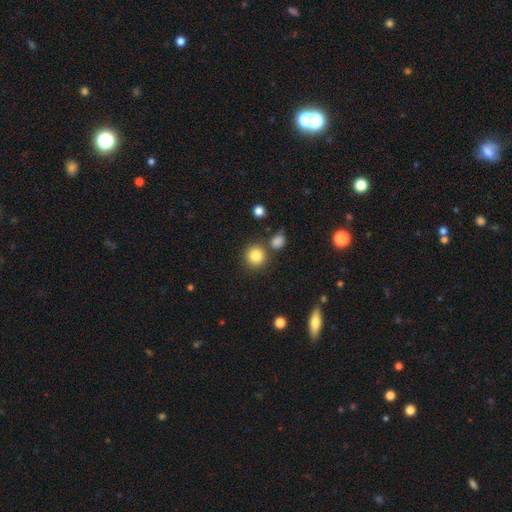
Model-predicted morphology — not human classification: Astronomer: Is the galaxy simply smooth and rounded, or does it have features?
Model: smooth — 84%.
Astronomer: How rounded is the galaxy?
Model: round — 91%.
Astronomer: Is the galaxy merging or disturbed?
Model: none — 77%.